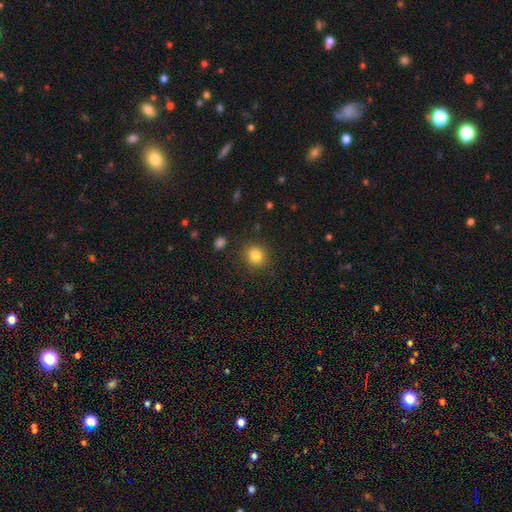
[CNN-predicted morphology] Overall: smooth (82%). How rounded: round (85%). Merging: none (89%).